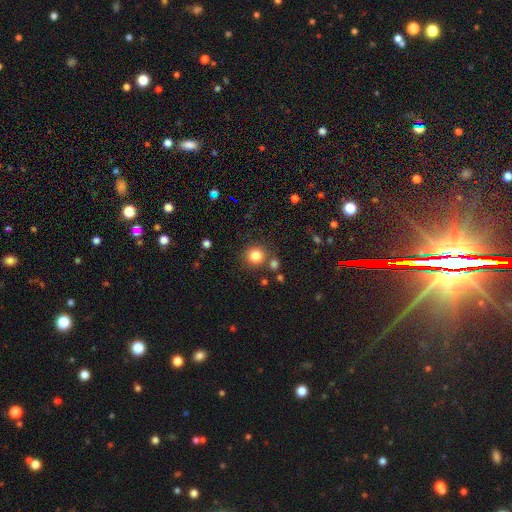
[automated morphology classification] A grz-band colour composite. It shows a smooth galaxy with no disk features (83%) that is round (91%). Merging: none (80%).